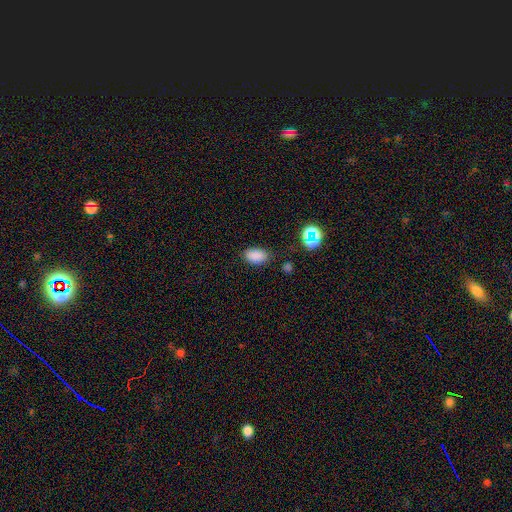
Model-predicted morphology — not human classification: This appears to be a smooth galaxy with no disk features (83%) that is in between round and cigar-shaped (90%). Merging: none (79%).